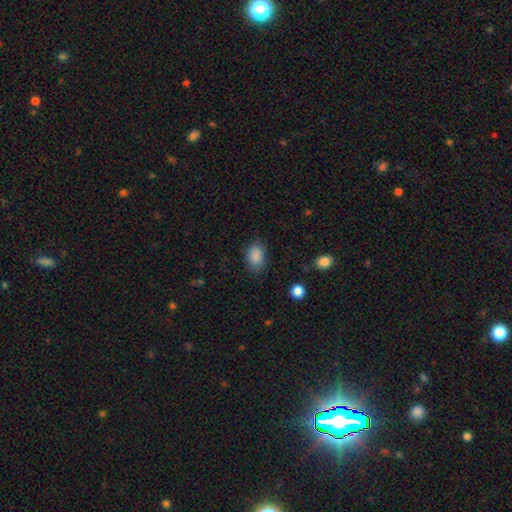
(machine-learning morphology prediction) smooth-or-featured: smooth: 88% | star or artifact: 8% | featured or disk: 4%
  how-rounded: in between: 81% | round: 18% | cigar-shaped: 1%
  merging: none: 79% | minor disturbance: 15% | major disturbance: 4% | merger: 1%